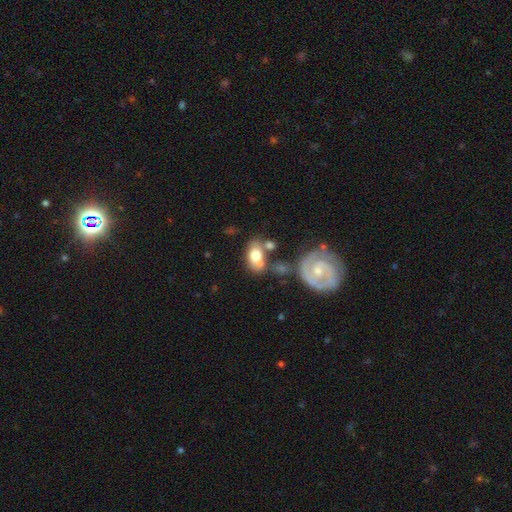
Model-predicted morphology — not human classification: This is likely a smooth galaxy (62%). How rounded: clearly in between (84%). Merging: marginally none (41%).